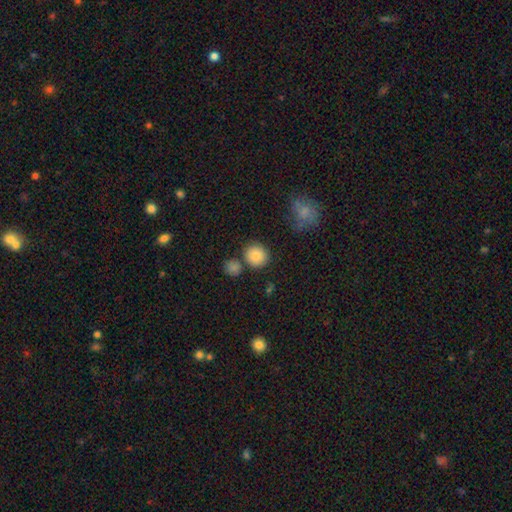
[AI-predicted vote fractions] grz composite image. It shows a smooth galaxy with no disk features (85%) that is round (87%). Merging: none (76%).